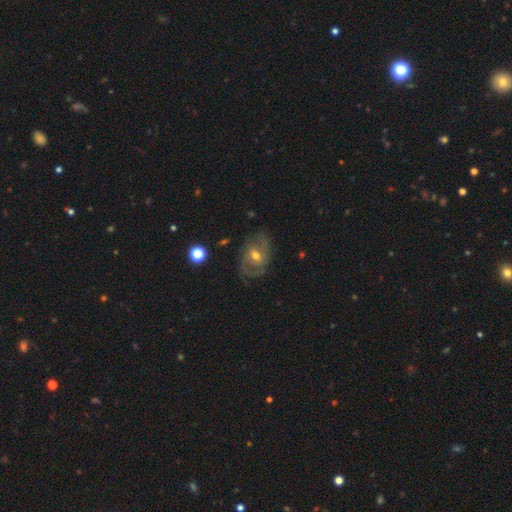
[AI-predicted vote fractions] This is likely a featured or disk galaxy (69%). It is clearly not viewed edge-on (95%). Bar: possibly weak (46%). Spiral arm pattern: likely yes (77%). Spiral arm count: possibly 2 (58%). Spiral winding: marginally medium (44%). Central bulge: likely moderate (66%). Merging: likely none (67%).